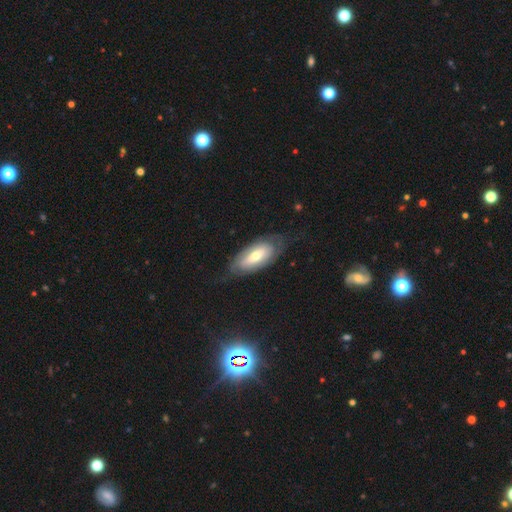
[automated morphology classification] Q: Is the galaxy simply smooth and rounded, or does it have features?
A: featured or disk — 51%.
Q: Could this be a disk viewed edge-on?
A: no — 83%.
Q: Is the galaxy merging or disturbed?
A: none — 66%.